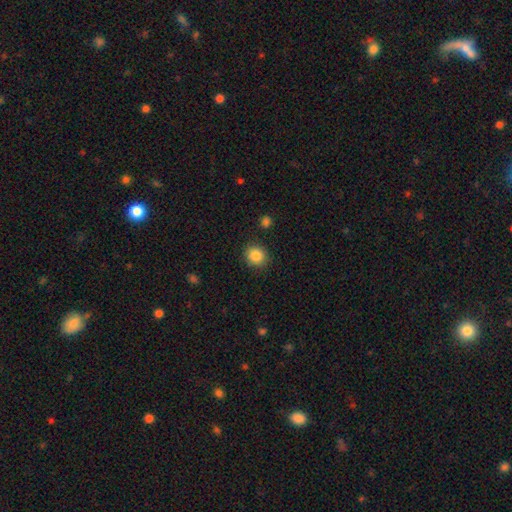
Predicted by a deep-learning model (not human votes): smooth 86%, star or artifact 10%, featured or disk 5%. Down the decision tree: how rounded — round (82%); merging — none (88%).